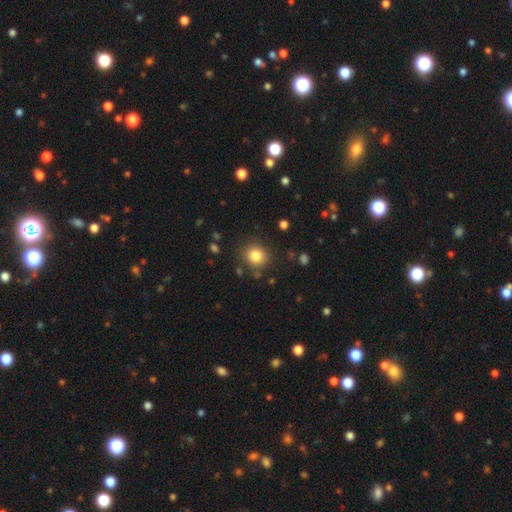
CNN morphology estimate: Smooth or featured: smooth — 83% (star or artifact — 11%)
How rounded: round — 84% (in between — 16%)
Merging: none — 85% (minor disturbance — 9%)